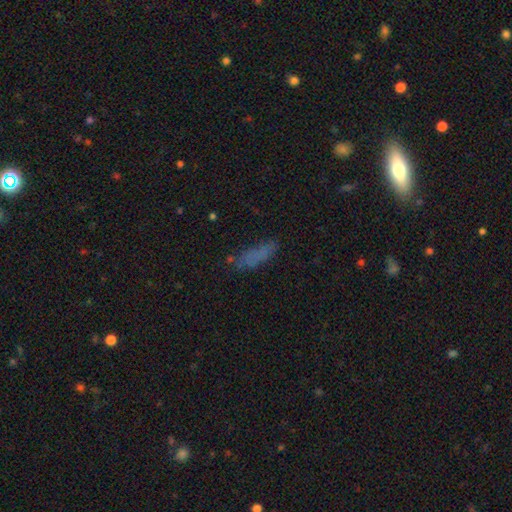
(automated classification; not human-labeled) A smooth galaxy with no disk features (69%) that is cigar-shaped (57%). Merging: none (64%).